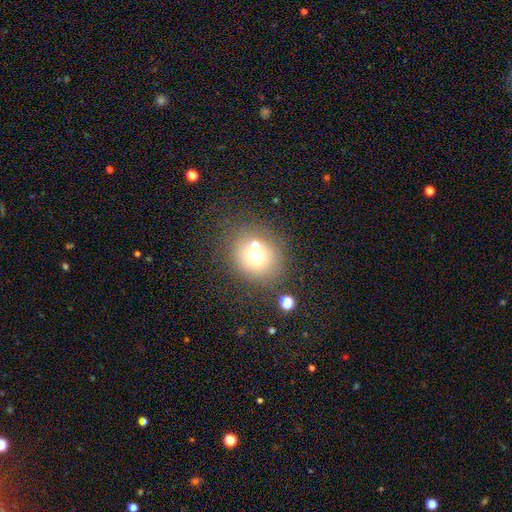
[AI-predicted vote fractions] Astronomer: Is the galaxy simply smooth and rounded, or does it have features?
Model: smooth — 67%.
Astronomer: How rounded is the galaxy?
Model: round — 81%.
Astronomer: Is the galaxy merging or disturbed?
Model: none — 62%.